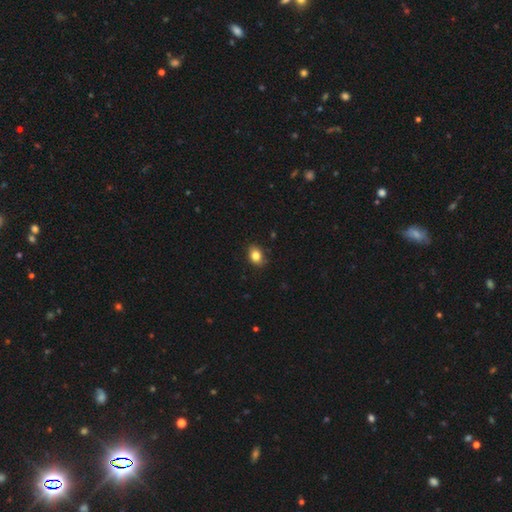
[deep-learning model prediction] Morphology: type=smooth (84%); roundness=in between (65%); merging=none (85%).